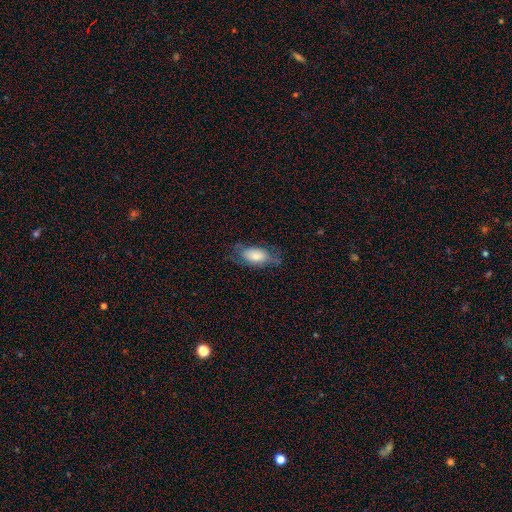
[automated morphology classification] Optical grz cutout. It shows a smooth galaxy with no disk features (65%) that is in between round and cigar-shaped (88%). Merging: none (60%).